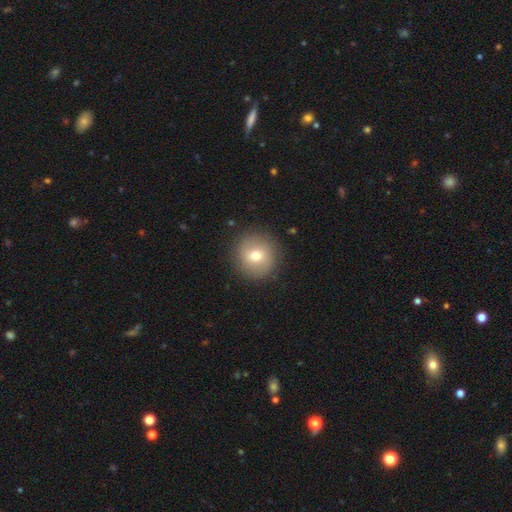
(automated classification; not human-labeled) Q: Smooth or featured?
A: smooth (68%); runner-up: featured or disk (22%)
Q: How rounded?
A: round (93%); runner-up: in between (6%)
Q: Merging?
A: none (89%); runner-up: minor disturbance (7%)